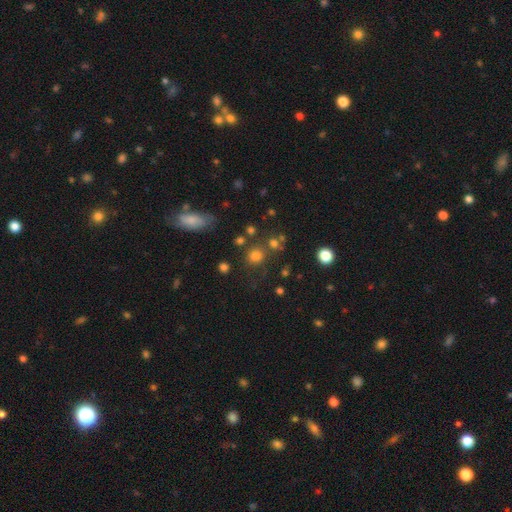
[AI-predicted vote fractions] Smooth or featured? smooth (73%)
How rounded? round (86%)
Merging? none (75%)